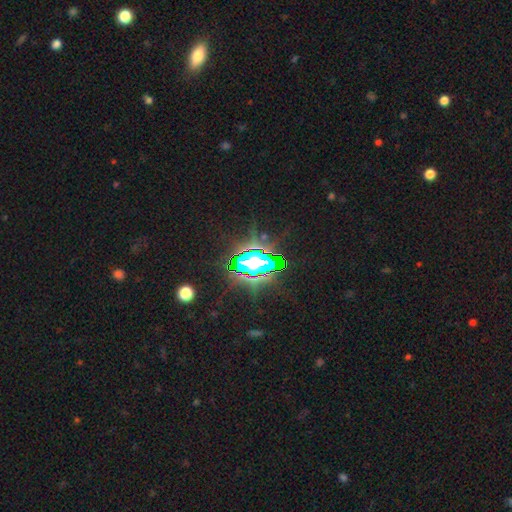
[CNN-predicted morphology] A star or artifact, not a galaxy (83%).